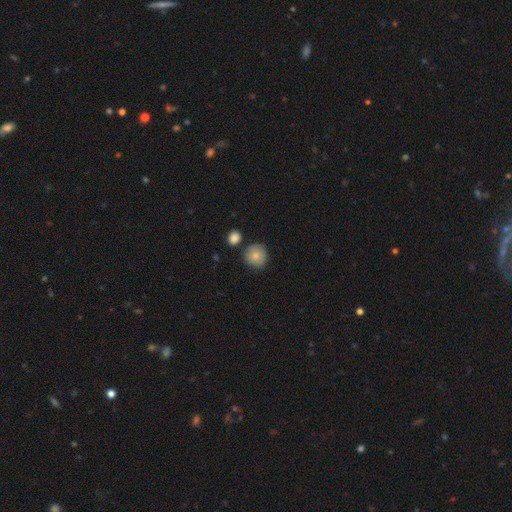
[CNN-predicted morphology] Smooth or featured: smooth — 81% (featured or disk — 11%)
How rounded: round — 90% (in between — 9%)
Merging: none — 75% (minor disturbance — 15%)